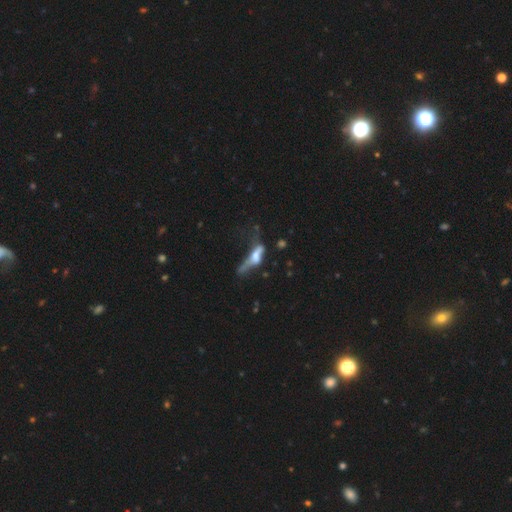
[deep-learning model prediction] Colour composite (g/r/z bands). It shows a featured or disk galaxy (48%). Merging: major disturbance (44%).